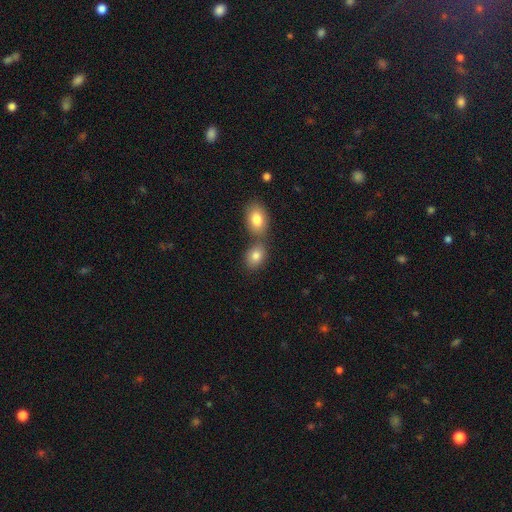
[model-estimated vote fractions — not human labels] This is clearly a smooth galaxy (81%). How rounded: likely in between (68%). Merging: possibly none (46%).